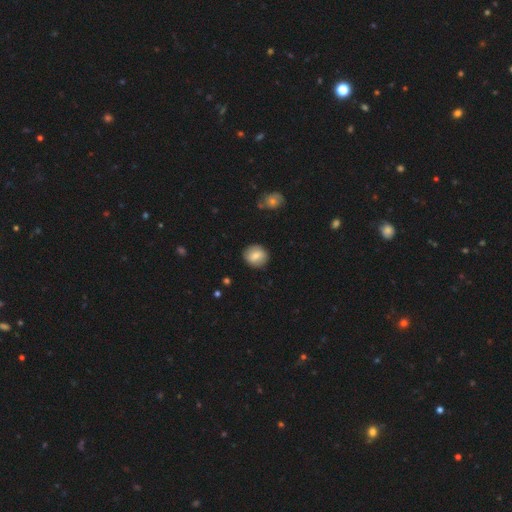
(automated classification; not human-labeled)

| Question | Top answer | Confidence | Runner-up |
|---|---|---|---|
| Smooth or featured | smooth | 79% | featured or disk (14%) |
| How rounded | round | 81% | in between (18%) |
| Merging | none | 87% | minor disturbance (9%) |